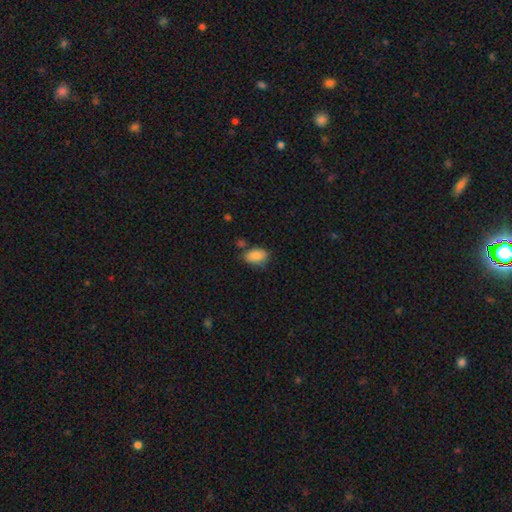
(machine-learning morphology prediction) Smooth or featured: smooth — 87% (star or artifact — 8%)
How rounded: in between — 90% (round — 9%)
Merging: none — 70% (minor disturbance — 19%)